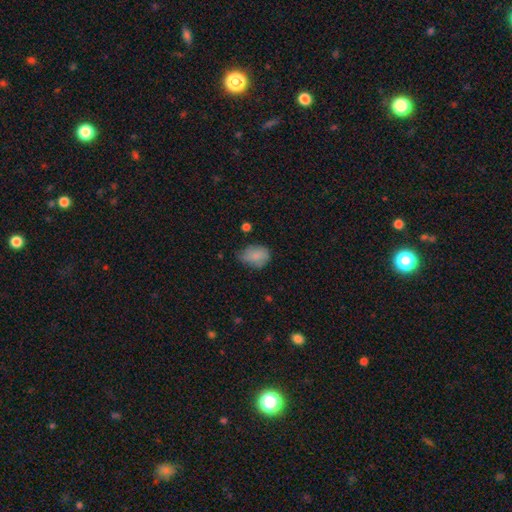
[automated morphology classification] This is clearly a smooth galaxy (82%). How rounded: likely in between (68%). Merging: possibly none (47%).